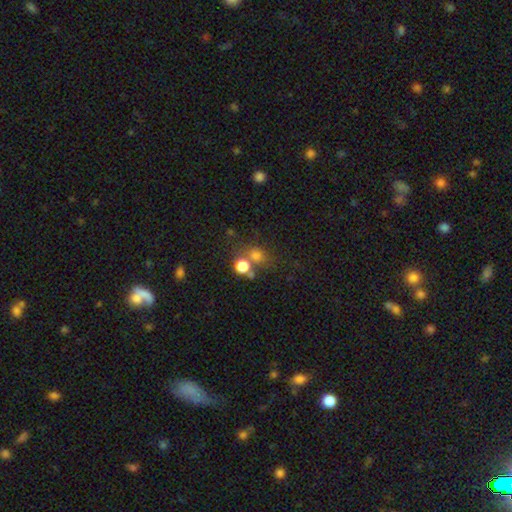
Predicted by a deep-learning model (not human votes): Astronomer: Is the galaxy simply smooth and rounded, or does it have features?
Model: smooth — 69%.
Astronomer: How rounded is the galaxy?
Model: round — 72%.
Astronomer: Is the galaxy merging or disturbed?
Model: none — 58%.